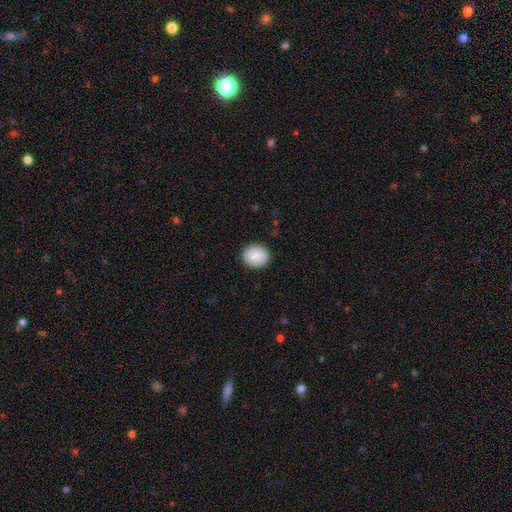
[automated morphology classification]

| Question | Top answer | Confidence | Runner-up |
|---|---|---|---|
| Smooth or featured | smooth | 90% | star or artifact (7%) |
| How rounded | round | 76% | in between (23%) |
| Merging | none | 91% | minor disturbance (6%) |